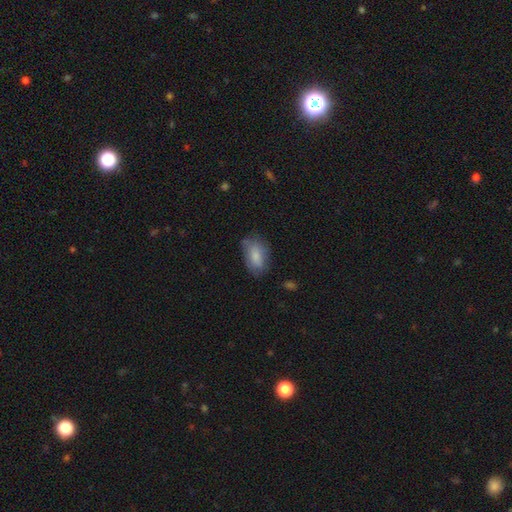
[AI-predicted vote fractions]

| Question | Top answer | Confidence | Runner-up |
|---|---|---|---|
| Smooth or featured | smooth | 82% | featured or disk (11%) |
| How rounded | in between | 91% | round (6%) |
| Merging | none | 65% | minor disturbance (26%) |